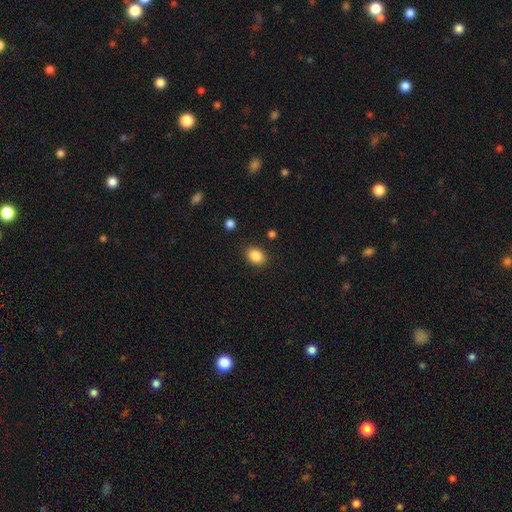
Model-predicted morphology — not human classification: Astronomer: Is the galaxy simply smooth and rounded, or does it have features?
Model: smooth — 87%.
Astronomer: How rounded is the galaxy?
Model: in between — 59% (runner-up: round, 40%).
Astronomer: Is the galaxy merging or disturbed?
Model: none — 85%.